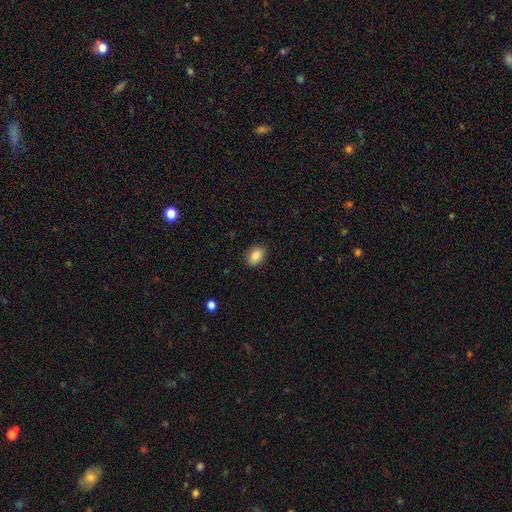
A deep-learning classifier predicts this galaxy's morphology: A smooth galaxy with no disk features (87%) that is in between round and cigar-shaped (76%). Merging: none (87%).